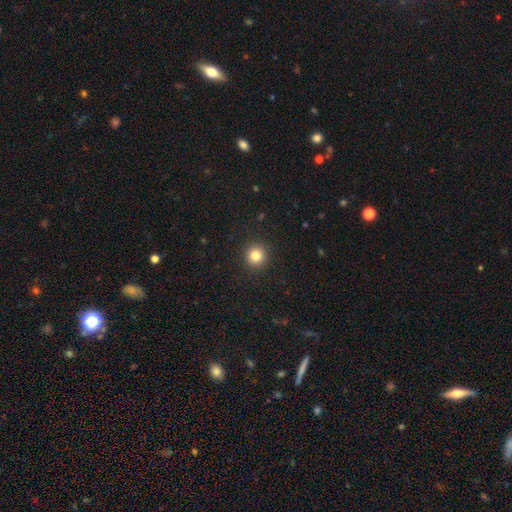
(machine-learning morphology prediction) Smooth or featured? smooth (83%)
How rounded? round (94%)
Merging? none (92%)